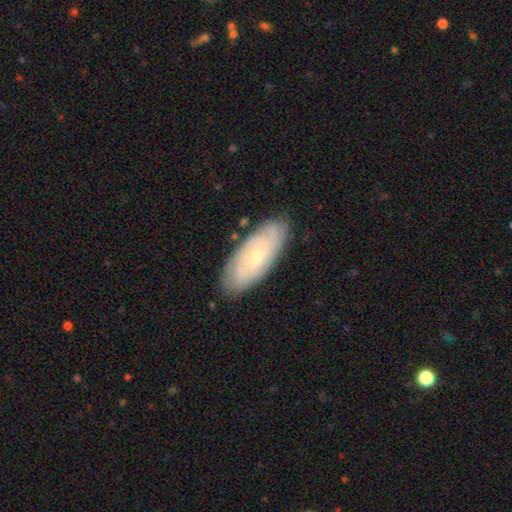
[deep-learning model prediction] Smooth or featured?
  - featured or disk: 62% *
  - smooth: 32%
  - star or artifact: 6%
Edge-on disk?
  - no: 89% *
  - yes: 11%
Bar?
  - no: 78% *
  - weak: 18%
  - strong: 3%
Spiral arms?
  - yes: 82% *
  - no: 18%
Bulge size?
  - small: 74% *
  - moderate: 23%
  - none: 1%
  - large: 1%
  - dominant: 1%
Merging?
  - none: 81% *
  - minor disturbance: 14%
  - major disturbance: 3%
  - merger: 1%